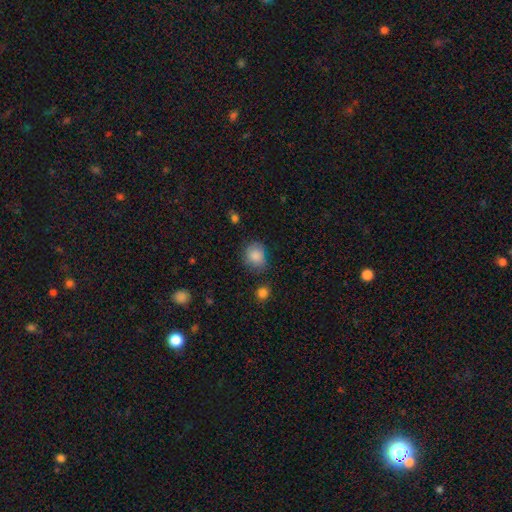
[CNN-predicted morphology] A smooth galaxy with no disk features (85%) that is round (70%). Merging: none (67%).